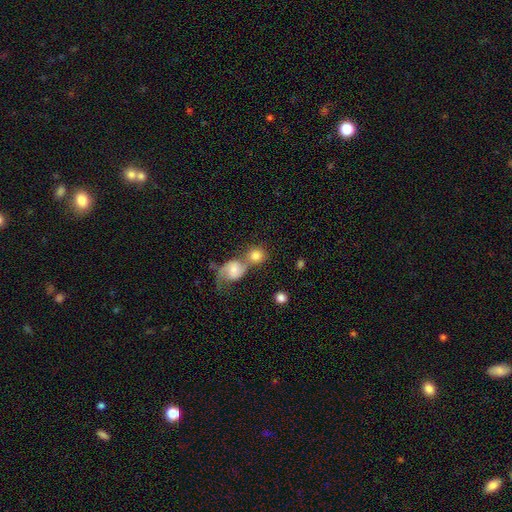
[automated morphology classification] This appears to be a smooth galaxy with no disk features (71%) that is round (81%). Merging: merger (52%).